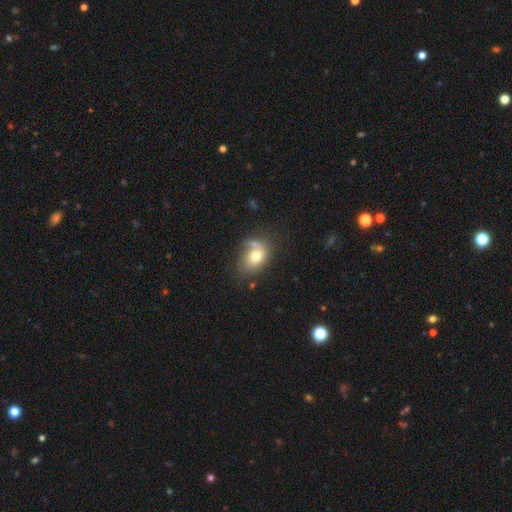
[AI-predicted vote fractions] smooth 69%, featured or disk 22%, star or artifact 9%. Down the decision tree: how rounded — in between (73%); merging — none (44%).